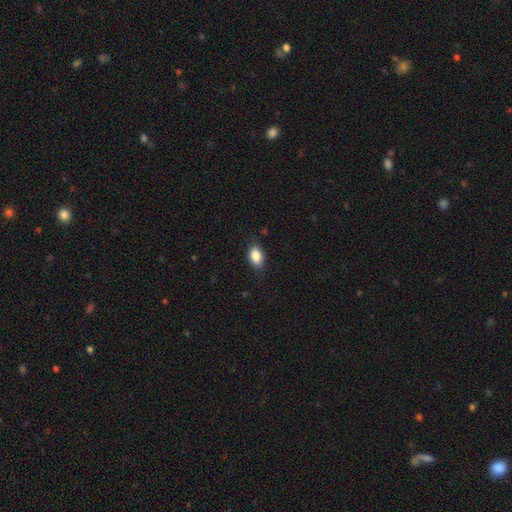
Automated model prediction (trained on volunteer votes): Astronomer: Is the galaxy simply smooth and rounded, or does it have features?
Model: smooth — 86%.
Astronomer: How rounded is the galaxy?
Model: in between — 90%.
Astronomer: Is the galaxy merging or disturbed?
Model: none — 83%.